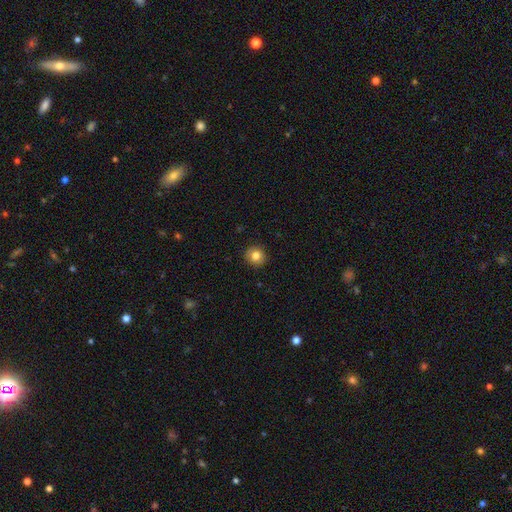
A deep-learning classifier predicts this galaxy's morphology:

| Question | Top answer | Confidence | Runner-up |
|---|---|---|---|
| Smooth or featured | smooth | 82% | star or artifact (10%) |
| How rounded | round | 92% | in between (7%) |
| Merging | none | 92% | minor disturbance (6%) |